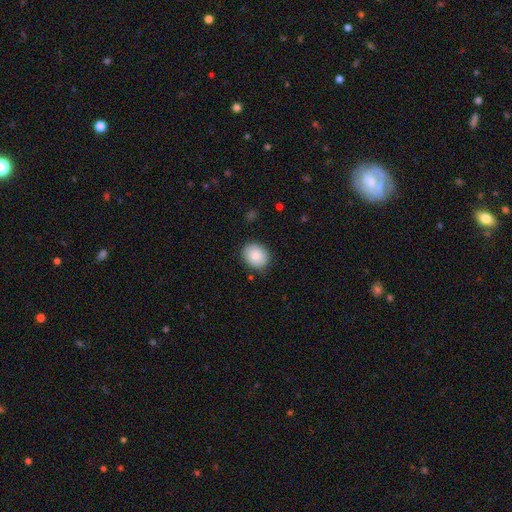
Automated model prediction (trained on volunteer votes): Overall: smooth (86%). How rounded: round (58%; in between 41%). Merging: none (84%).